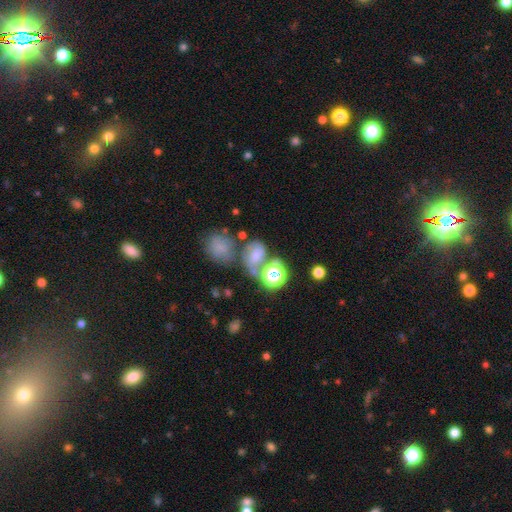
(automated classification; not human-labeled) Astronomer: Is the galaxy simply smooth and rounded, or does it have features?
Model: smooth — 48% (runner-up: featured or disk, 28%).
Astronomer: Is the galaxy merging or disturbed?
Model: none — 37% (runner-up: merger, 34%).